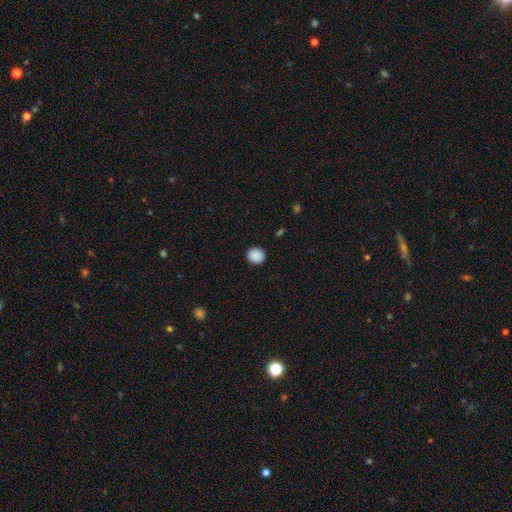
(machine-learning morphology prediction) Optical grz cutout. It shows a smooth galaxy with no disk features (89%) that is round (88%). Merging: none (92%).